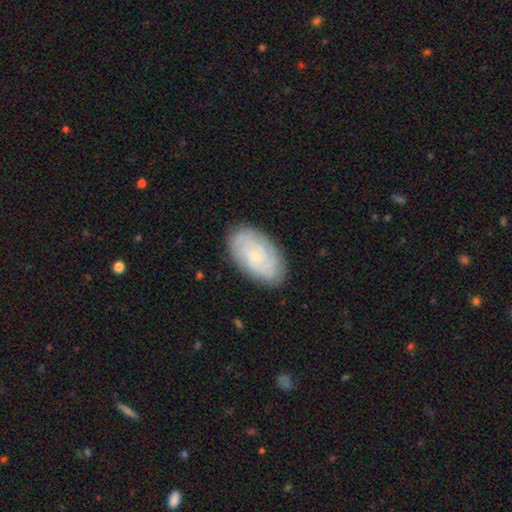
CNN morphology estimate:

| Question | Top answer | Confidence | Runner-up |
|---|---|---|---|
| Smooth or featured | featured or disk | 57% | smooth (36%) |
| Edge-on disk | no | 95% | yes (5%) |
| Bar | no | 78% | weak (19%) |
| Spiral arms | yes | 88% | no (12%) |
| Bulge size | small | 76% | moderate (15%) |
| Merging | none | 83% | minor disturbance (13%) |